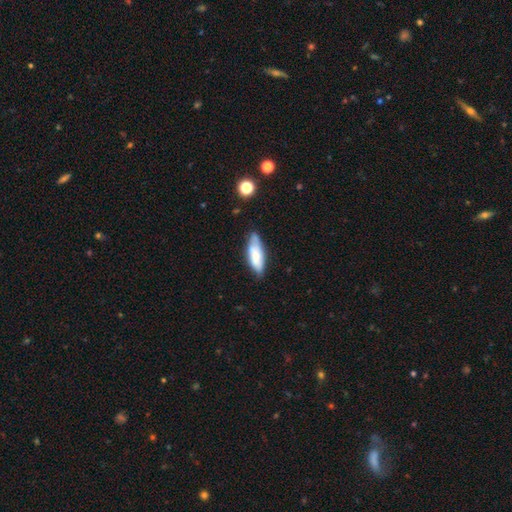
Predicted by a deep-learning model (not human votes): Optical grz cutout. It shows a smooth galaxy with no disk features (66%) that is in between round and cigar-shaped (62%). Merging: none (67%).